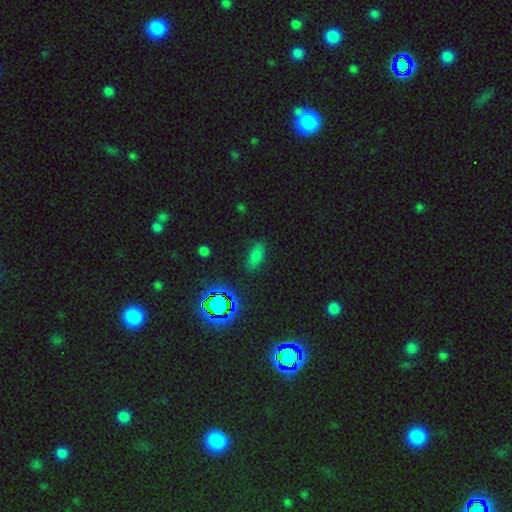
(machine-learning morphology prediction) Smooth or featured: smooth — 63% (star or artifact — 28%)
How rounded: in between — 84% (cigar-shaped — 10%)
Merging: none — 80% (minor disturbance — 14%)